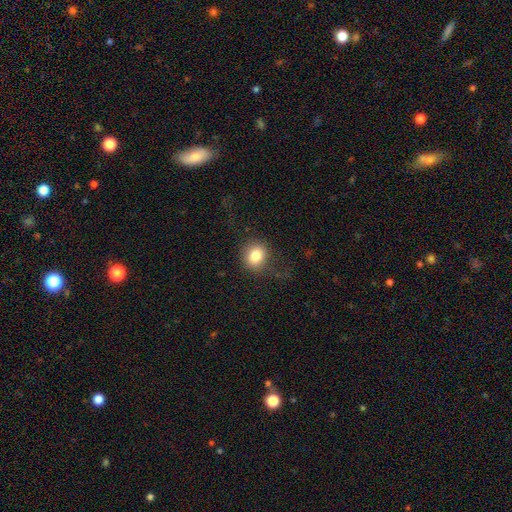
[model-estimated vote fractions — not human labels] Morphology: type=smooth (81%); roundness=round (71%); merging=none (76%).